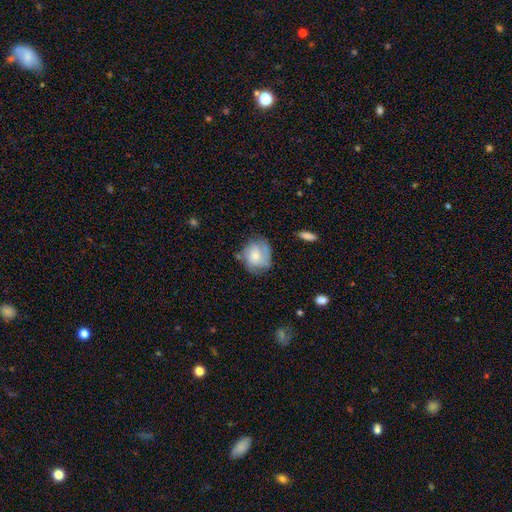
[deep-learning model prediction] The model was most divided on "smooth or featured": smooth: 50%, featured or disk: 43%, star or artifact: 7%. More confident: merging — none (57%).